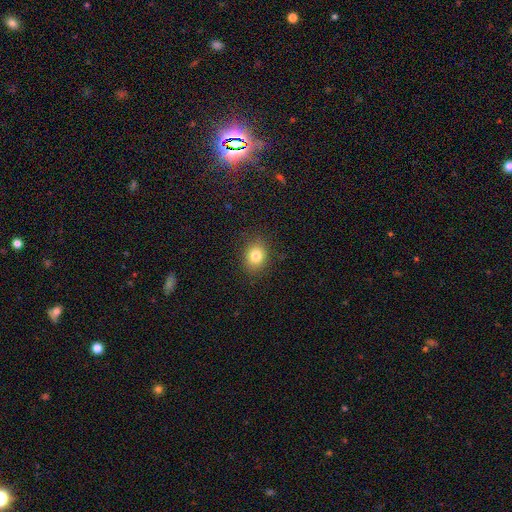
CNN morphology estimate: The model was most divided on "how rounded": round: 60%, in between: 39%, cigar-shaped: 1%. More confident: merging — none (87%); smooth or featured — smooth (81%).